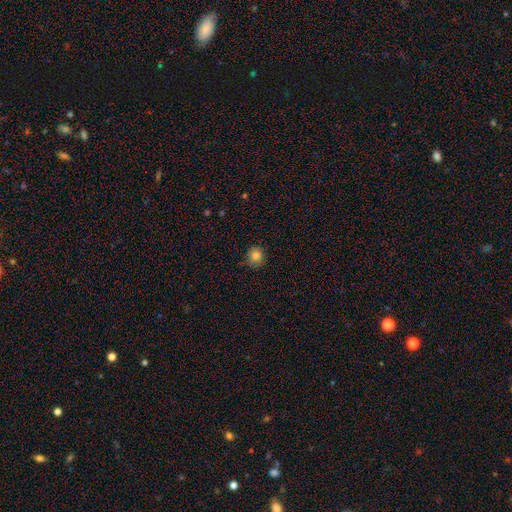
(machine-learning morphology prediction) Smooth or featured: smooth — 81% (star or artifact — 11%)
How rounded: round — 82% (in between — 17%)
Merging: none — 73% (minor disturbance — 21%)